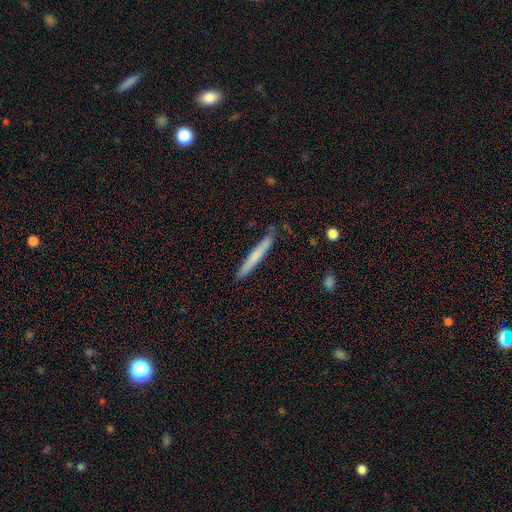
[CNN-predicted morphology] Smooth or featured? Predicted: smooth (p=0.65). How rounded? Predicted: cigar-shaped (p=0.97). Merging? Predicted: none (p=0.84).